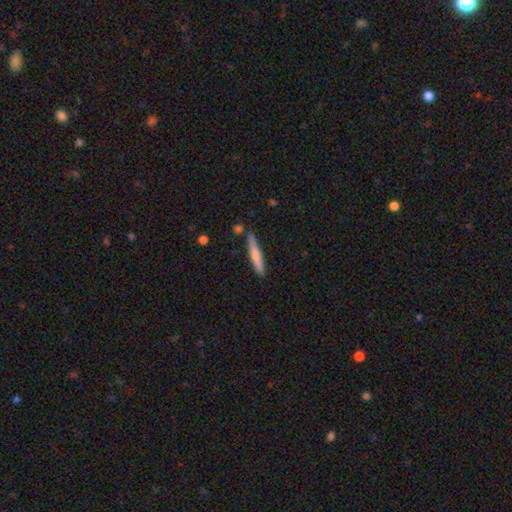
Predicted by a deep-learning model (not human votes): Smooth or featured? Predicted: smooth (p=0.67). How rounded? Predicted: cigar-shaped (p=0.93). Merging? Predicted: none (p=0.81).